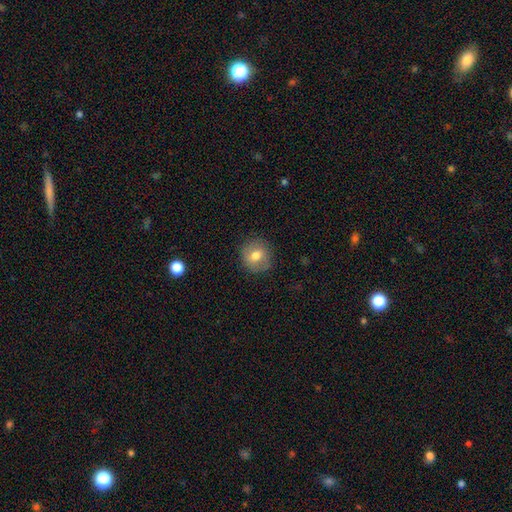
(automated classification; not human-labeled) Smooth or featured? Predicted: smooth (p=0.70). How rounded? Predicted: round (p=0.88). Merging? Predicted: none (p=0.84).